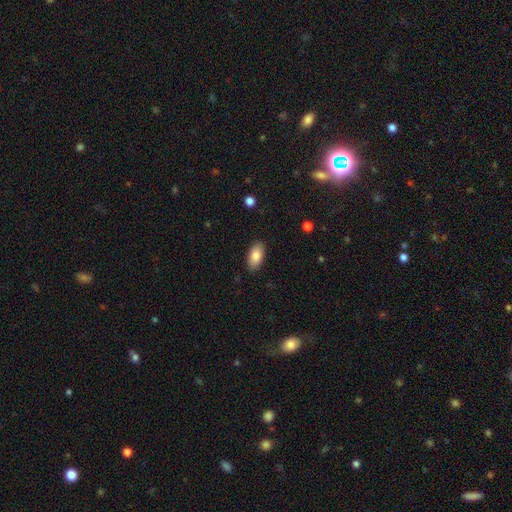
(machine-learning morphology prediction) This appears to be a smooth galaxy with no disk features (85%) that is in between round and cigar-shaped (93%). Merging: none (88%).